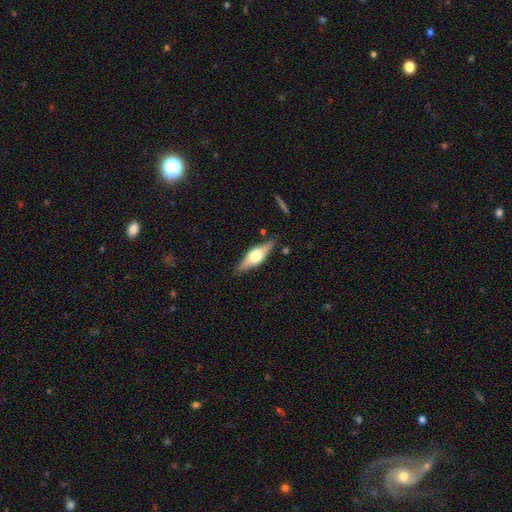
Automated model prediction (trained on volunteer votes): This is likely a featured or disk galaxy (66%). It is clearly viewed edge-on (96%). Edge-on bulge: clearly rounded (92%). Merging: clearly none (86%).